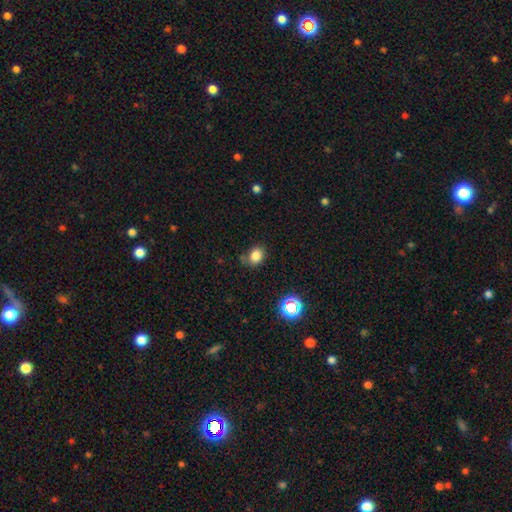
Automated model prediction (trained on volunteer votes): Smooth or featured? smooth (81%)
How rounded? in between (51%)
Merging? none (70%)